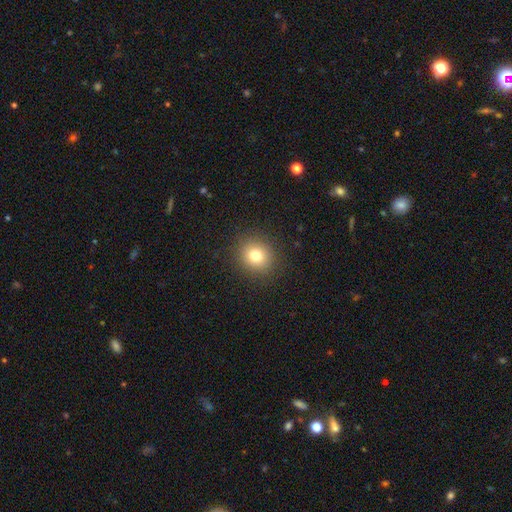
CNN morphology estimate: smooth 78%, star or artifact 13%, featured or disk 9%. Down the decision tree: how rounded — round (85%); merging — none (89%).